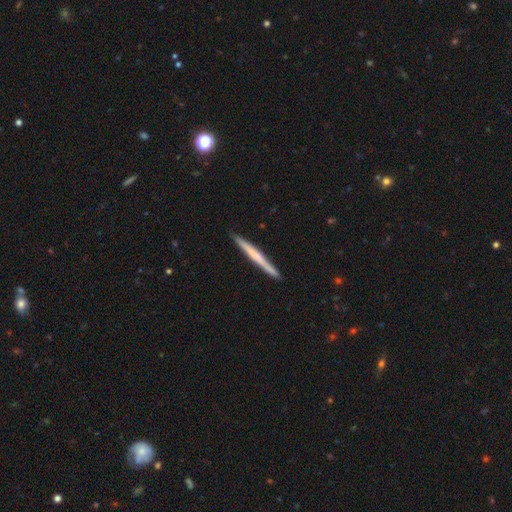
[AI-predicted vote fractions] smooth-or-featured: featured or disk: 51% | smooth: 44% | star or artifact: 5%
  disk-edge-on: yes: 98% | no: 2%
  merging: none: 91% | minor disturbance: 6% | major disturbance: 1% | merger: 1%